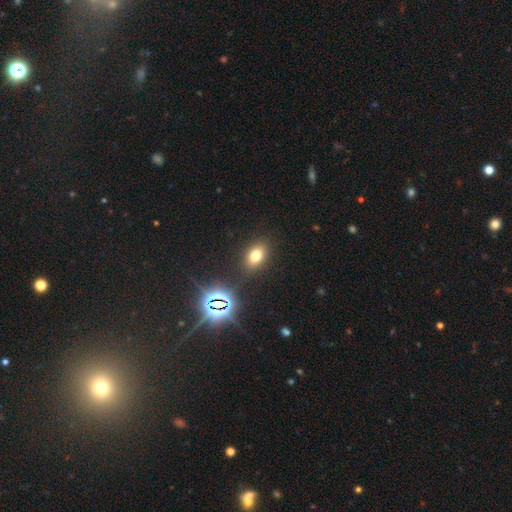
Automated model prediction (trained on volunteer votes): Smooth or featured?
  - smooth: 69% *
  - star or artifact: 21%
  - featured or disk: 9%
How rounded?
  - in between: 78% *
  - round: 20%
  - cigar-shaped: 2%
Merging?
  - none: 85% *
  - minor disturbance: 9%
  - major disturbance: 3%
  - merger: 3%